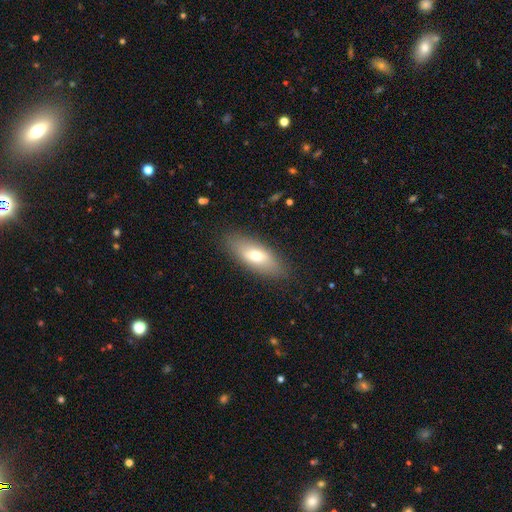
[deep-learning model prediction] smooth-or-featured: smooth: 67% | featured or disk: 26% | star or artifact: 7%
  how-rounded: in between: 75% | cigar-shaped: 22% | round: 3%
  merging: none: 85% | minor disturbance: 11% | major disturbance: 3% | merger: 1%